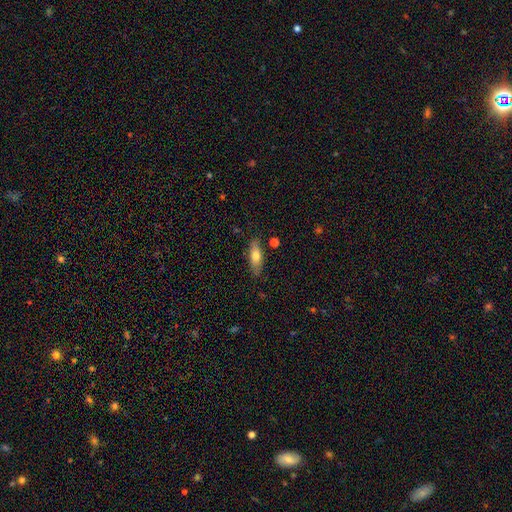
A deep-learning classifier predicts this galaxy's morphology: smooth 68%, featured or disk 26%, star or artifact 6%. Down the decision tree: how rounded — in between (58%); merging — none (83%).